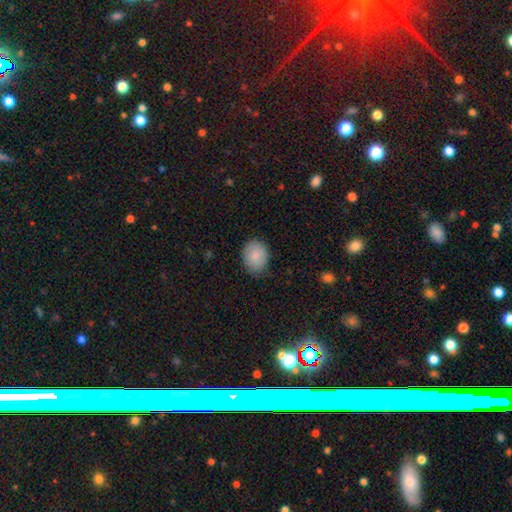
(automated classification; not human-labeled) Q: Smooth or featured?
A: smooth (85%); runner-up: featured or disk (8%)
Q: How rounded?
A: round (51%); runner-up: in between (48%)
Q: Merging?
A: none (79%); runner-up: minor disturbance (17%)